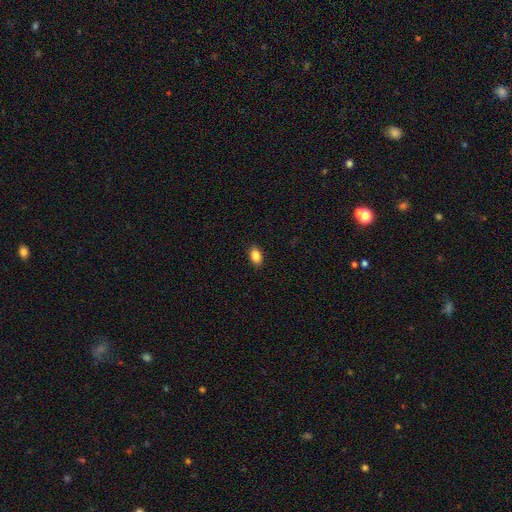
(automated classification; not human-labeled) smooth_or_featured: smooth (p=0.87) [alt: star or artifact p=0.08]
how_rounded: in between (p=0.90) [alt: round p=0.08]
merging: none (p=0.89) [alt: minor disturbance p=0.08]